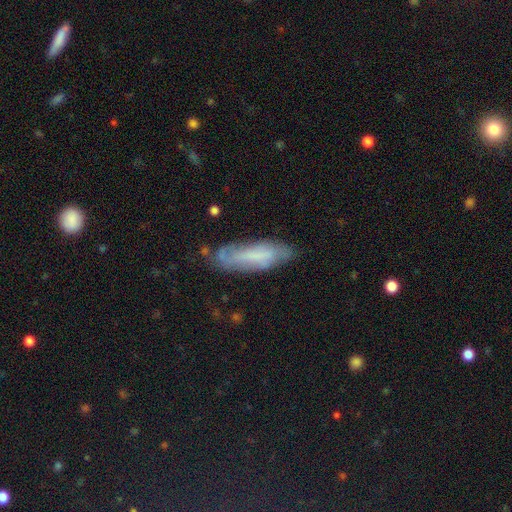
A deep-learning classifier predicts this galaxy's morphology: Smooth or featured?
  - smooth: 53% *
  - featured or disk: 39%
  - star or artifact: 9%
How rounded?
  - cigar-shaped: 54% *
  - in between: 44%
  - round: 2%
Merging?
  - none: 64% *
  - minor disturbance: 25%
  - major disturbance: 8%
  - merger: 3%